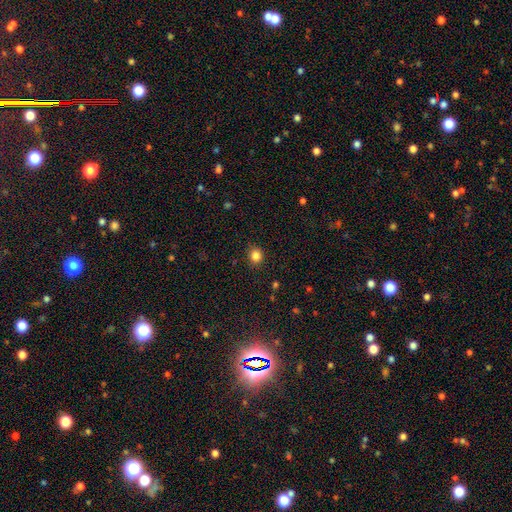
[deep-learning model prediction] A smooth galaxy with no disk features (84%) that is round (79%). Merging: none (89%).